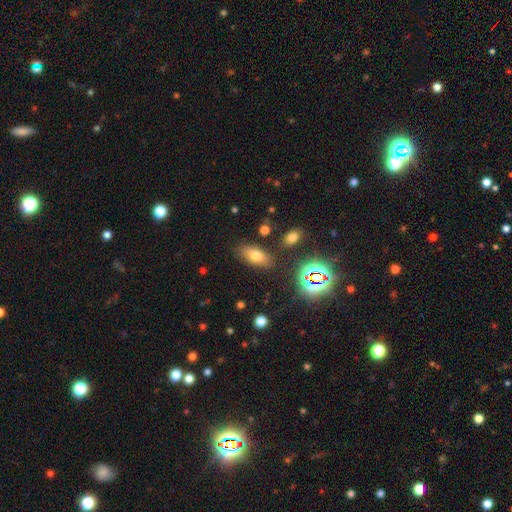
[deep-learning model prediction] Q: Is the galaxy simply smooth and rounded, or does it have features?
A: smooth — 70%.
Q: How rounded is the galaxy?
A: in between — 84%.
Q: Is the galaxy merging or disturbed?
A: none — 81%.